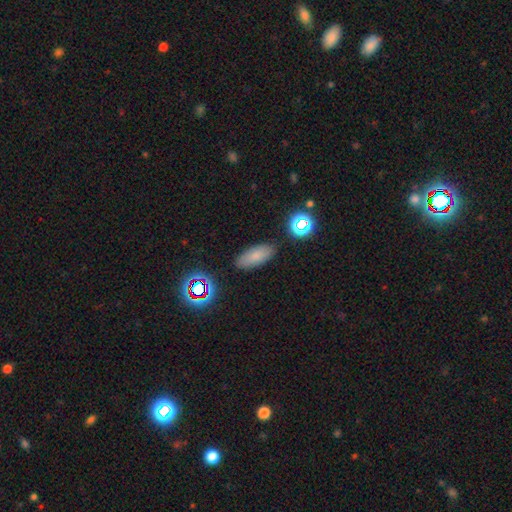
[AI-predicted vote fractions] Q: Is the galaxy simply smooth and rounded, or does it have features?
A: smooth — 77%.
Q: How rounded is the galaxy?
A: in between — 83%.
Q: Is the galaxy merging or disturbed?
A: none — 85%.